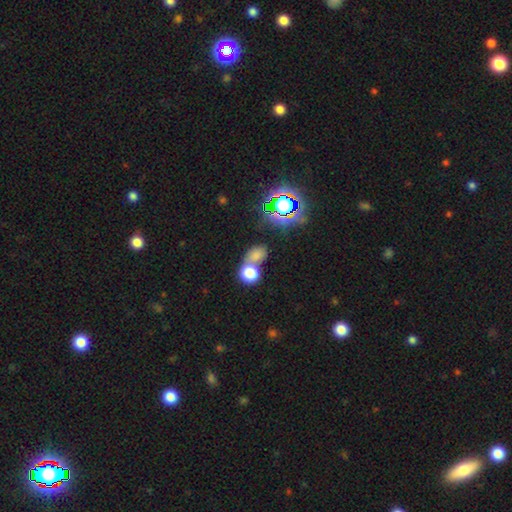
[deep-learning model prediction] A smooth galaxy with no disk features (68%) that is round (52%).

Vote fractions:
- Smooth or featured? smooth: 68% / star or artifact: 23% / featured or disk: 9%
- How rounded? round: 52% / in between: 46% / cigar-shaped: 2%
- Merging? merger: 49% / none: 37% / minor disturbance: 9% / major disturbance: 5%